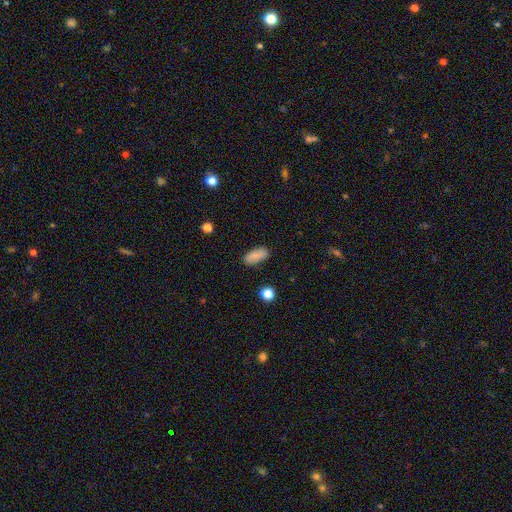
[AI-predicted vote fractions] Smooth or featured? Predicted: smooth (p=0.86). How rounded? Predicted: in between (p=0.86). Merging? Predicted: none (p=0.85).